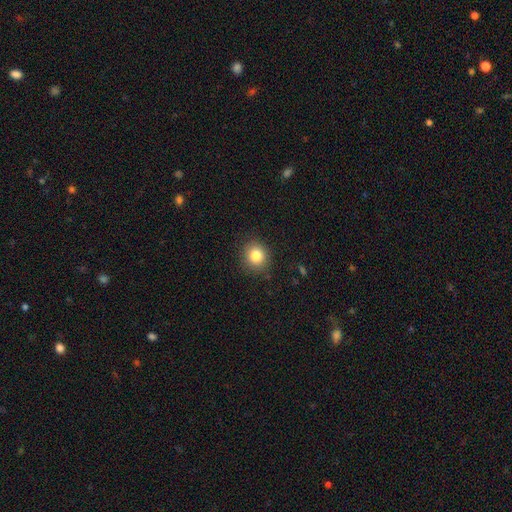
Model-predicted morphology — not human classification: Q: Smooth or featured?
A: smooth (82%); runner-up: star or artifact (11%)
Q: How rounded?
A: round (84%); runner-up: in between (15%)
Q: Merging?
A: none (89%); runner-up: minor disturbance (8%)